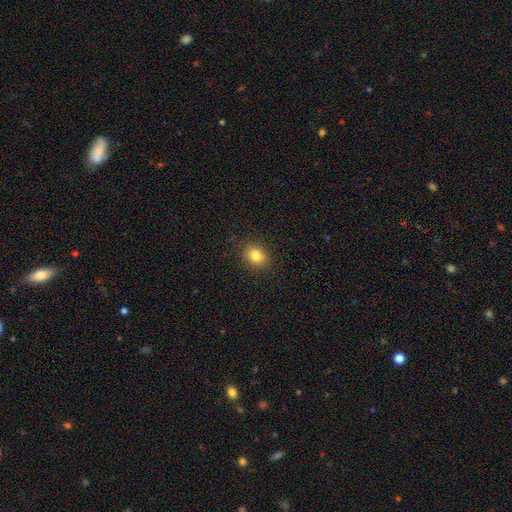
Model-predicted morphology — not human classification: Overall: smooth (82%). How rounded: round (63%; in between 36%). Merging: none (88%).